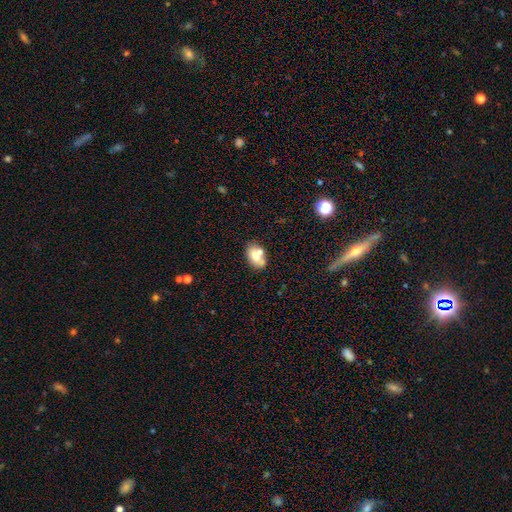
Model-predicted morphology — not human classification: smooth 70%, featured or disk 22%, star or artifact 9%. Down the decision tree: how rounded — in between (83%); merging — none (52%).